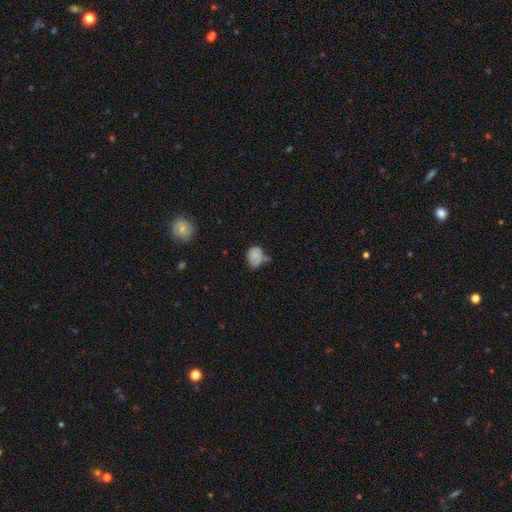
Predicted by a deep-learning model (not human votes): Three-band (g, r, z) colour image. It shows a smooth galaxy with no disk features (76%) that is in between round and cigar-shaped (52%). Merging: none (41%).